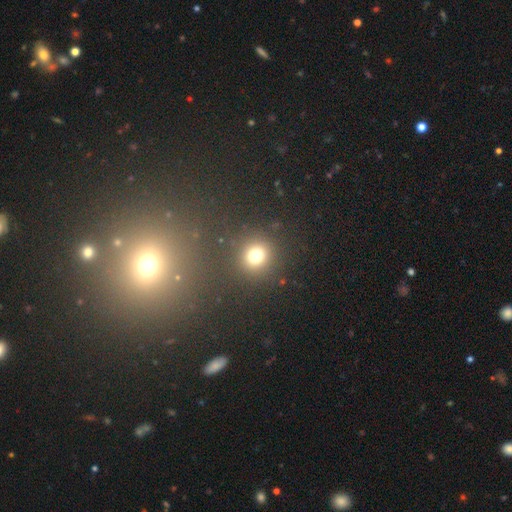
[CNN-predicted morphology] smooth 73%, star or artifact 20%, featured or disk 7%. Down the decision tree: how rounded — round (88%); merging — none (85%).